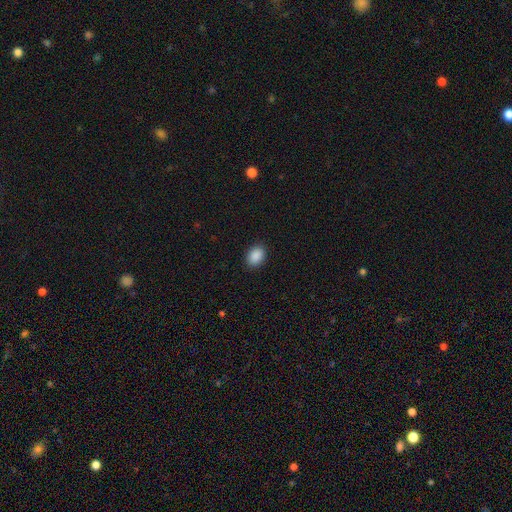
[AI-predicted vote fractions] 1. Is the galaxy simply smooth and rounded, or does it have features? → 90% smooth, 8% star or artifact, 3% featured or disk.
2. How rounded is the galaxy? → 76% in between, 23% round, 1% cigar-shaped.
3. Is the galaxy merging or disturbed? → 89% none, 8% minor disturbance, 2% major disturbance, 1% merger.